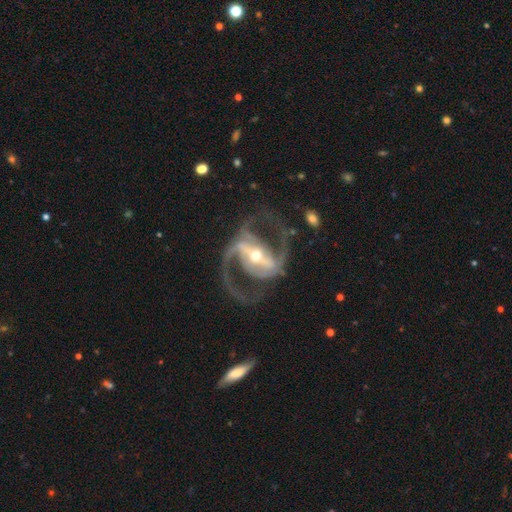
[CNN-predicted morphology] type=featured or disk (93%); edge-on=no (97%); bar=strong (70%); spiral arms=yes (97%); winding=medium (60%); arm count=2 (91%); bulge=moderate (54%); merging=none (71%).